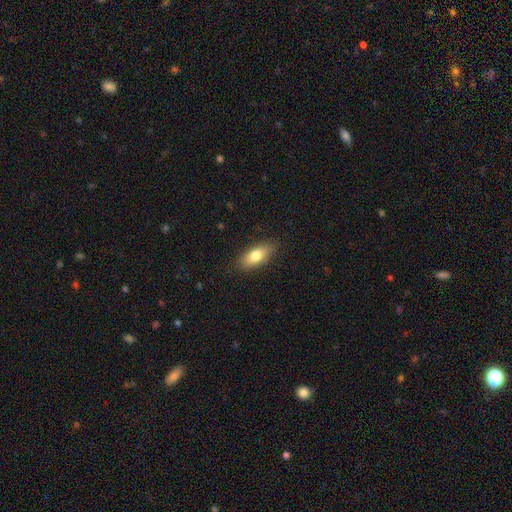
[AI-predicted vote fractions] Smooth or featured: smooth — 78% (featured or disk — 15%)
How rounded: in between — 79% (cigar-shaped — 18%)
Merging: none — 85% (minor disturbance — 11%)